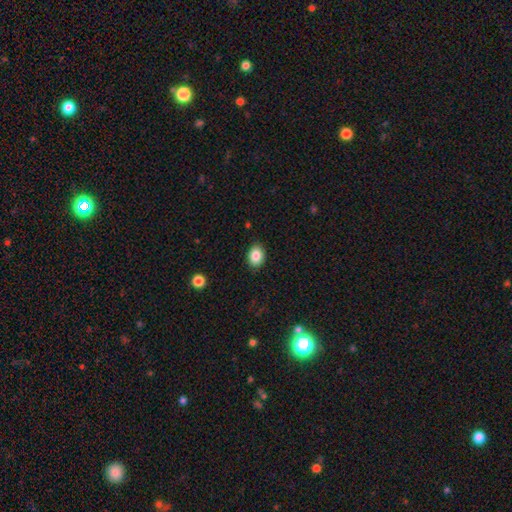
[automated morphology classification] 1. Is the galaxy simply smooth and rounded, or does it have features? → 86% smooth, 9% star or artifact, 5% featured or disk.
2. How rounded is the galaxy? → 68% in between, 31% round, 1% cigar-shaped.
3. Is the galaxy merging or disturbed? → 88% none, 9% minor disturbance, 2% major disturbance, 1% merger.